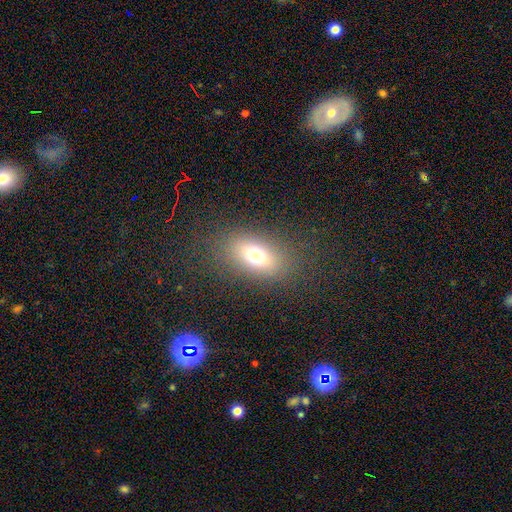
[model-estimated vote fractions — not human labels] A smooth galaxy with no disk features (71%) that is in between round and cigar-shaped (81%). Merging: none (81%).